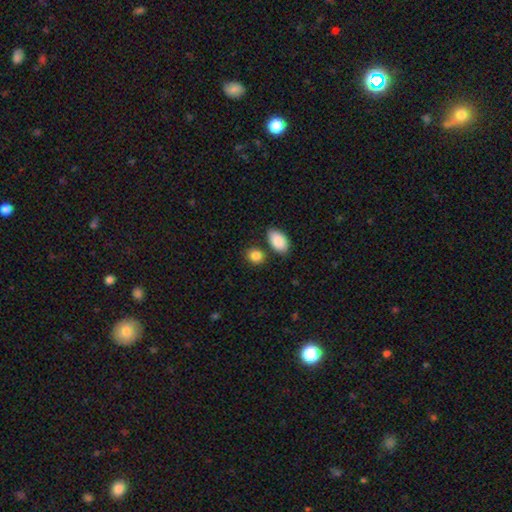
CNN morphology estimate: Smooth or featured?
  - smooth: 87% *
  - star or artifact: 8%
  - featured or disk: 5%
How rounded?
  - in between: 50% *
  - round: 49%
  - cigar-shaped: 2%
Merging?
  - none: 72% *
  - merger: 13%
  - minor disturbance: 11%
  - major disturbance: 3%